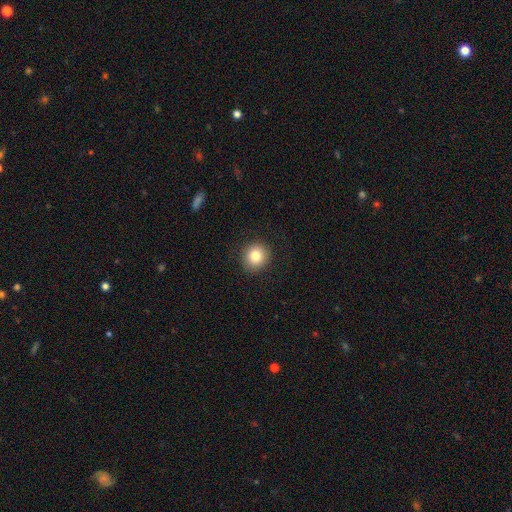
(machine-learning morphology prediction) smooth 83%, star or artifact 10%, featured or disk 7%. Down the decision tree: how rounded — round (88%); merging — none (91%).